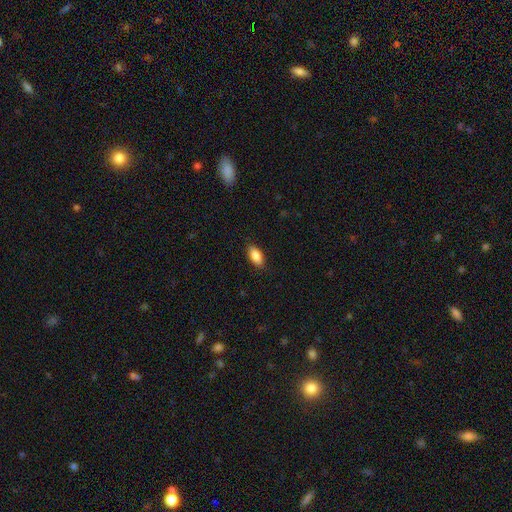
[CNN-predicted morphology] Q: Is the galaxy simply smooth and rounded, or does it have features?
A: smooth — 88%.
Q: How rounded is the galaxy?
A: in between — 90%.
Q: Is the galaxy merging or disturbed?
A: none — 88%.